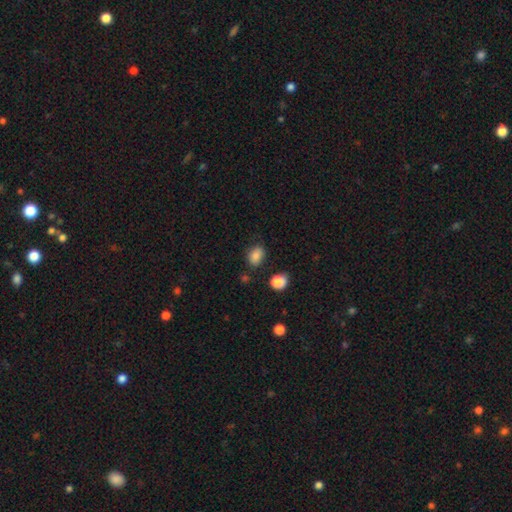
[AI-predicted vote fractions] smooth_or_featured: smooth (p=0.83) [alt: star or artifact p=0.10]
how_rounded: in between (p=0.72) [alt: round p=0.27]
merging: none (p=0.75) [alt: minor disturbance p=0.17]